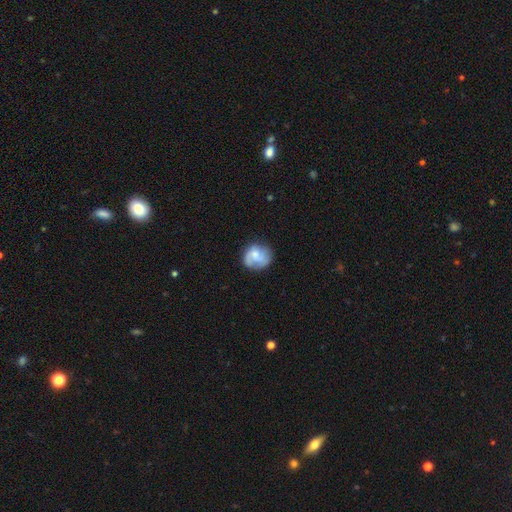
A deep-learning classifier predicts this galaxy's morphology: Smooth or featured: smooth — 51% (featured or disk — 42%)
How rounded: round — 79% (in between — 20%)
Merging: none — 65% (minor disturbance — 24%)